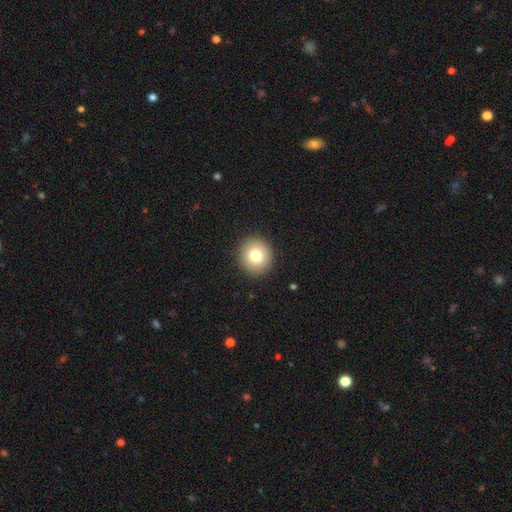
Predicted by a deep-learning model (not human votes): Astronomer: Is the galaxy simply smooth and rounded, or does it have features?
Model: smooth — 78%.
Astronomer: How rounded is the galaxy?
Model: round — 91%.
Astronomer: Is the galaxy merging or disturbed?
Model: none — 91%.